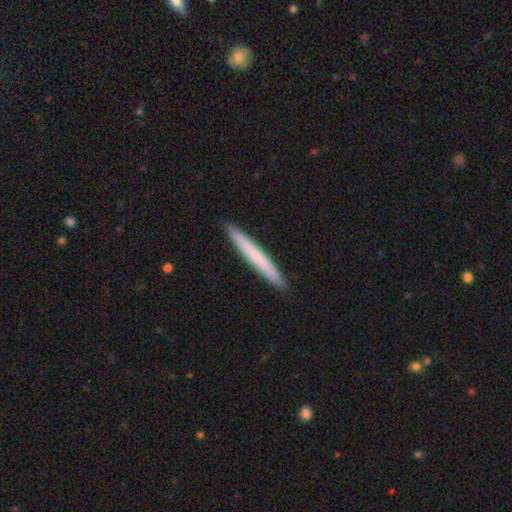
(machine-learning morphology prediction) This appears to be a smooth galaxy with no disk features (66%) that is cigar-shaped (97%). Merging: none (93%).